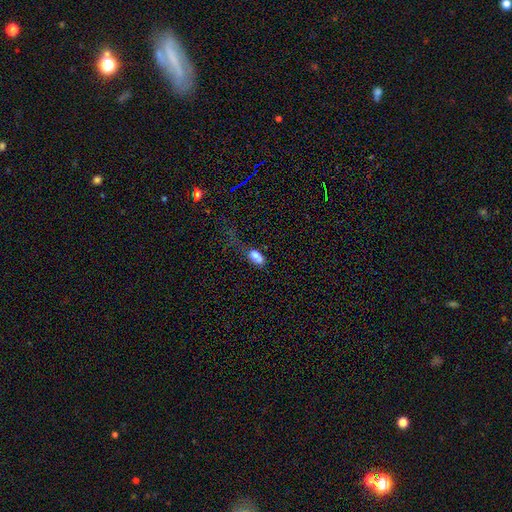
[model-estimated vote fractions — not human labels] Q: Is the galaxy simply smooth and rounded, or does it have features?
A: smooth — 77%.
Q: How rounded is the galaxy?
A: in between — 84%.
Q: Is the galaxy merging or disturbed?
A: none — 39%.